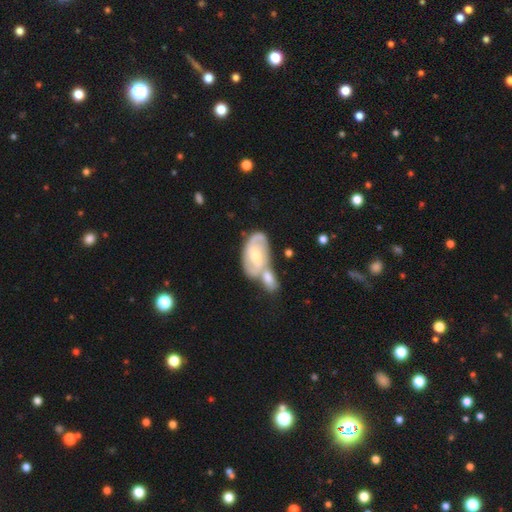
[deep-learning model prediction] The model was most divided on "bulge size": moderate: 55%, small: 40%, large: 3%, none: 2%, dominant: 1%. Remaining: edge-on disk — no (96%); spiral arms — yes (90%); spiral arm count — 2 (79%); smooth or featured — featured or disk (75%); merging — merger (56%); bar — weak (49%); spiral winding — medium (47%).